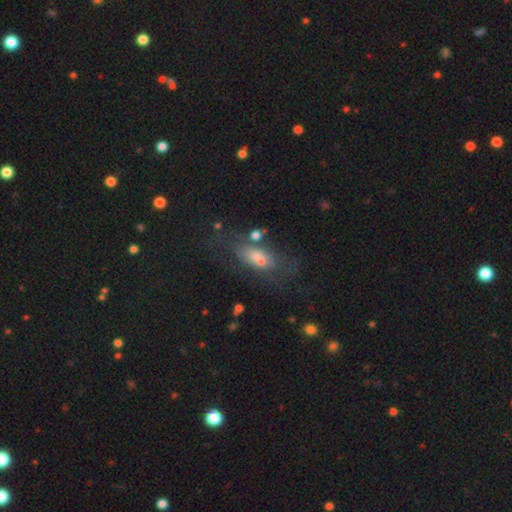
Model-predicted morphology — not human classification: This appears to be a smooth galaxy with no disk features (55%) that is in between round and cigar-shaped (77%). Merging: none (51%).